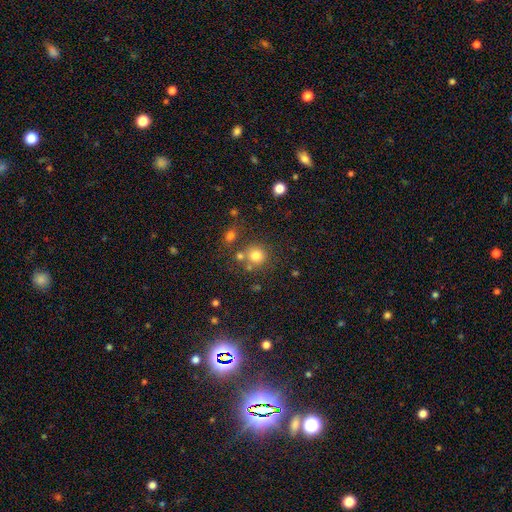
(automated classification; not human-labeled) Smooth or featured? smooth (77%)
How rounded? round (90%)
Merging? none (69%)